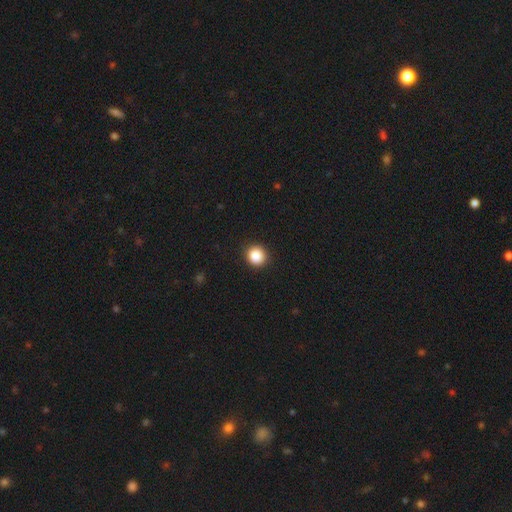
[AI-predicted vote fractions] A smooth galaxy with no disk features (87%) that is round (90%). Merging: none (92%).